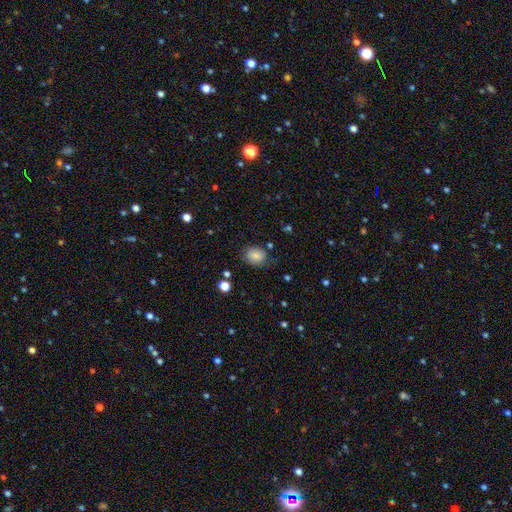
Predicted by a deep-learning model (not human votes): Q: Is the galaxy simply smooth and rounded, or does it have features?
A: smooth — 83%.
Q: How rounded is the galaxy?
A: in between — 55%.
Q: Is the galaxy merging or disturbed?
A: none — 72%.